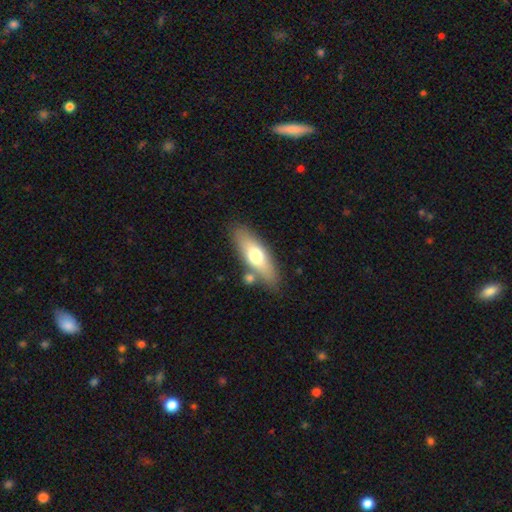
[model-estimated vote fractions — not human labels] This is likely a smooth galaxy (62%). How rounded: possibly in between (54%). Merging: likely none (76%).